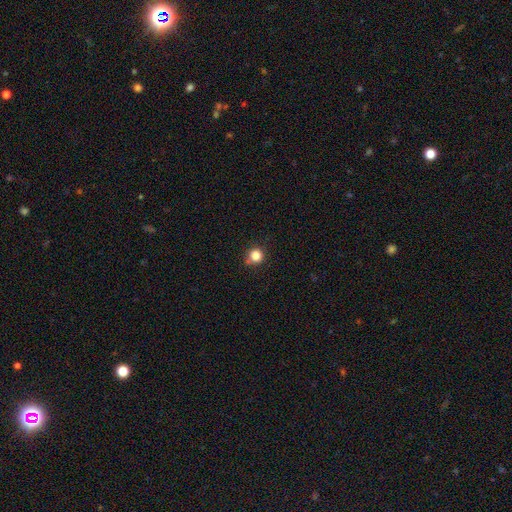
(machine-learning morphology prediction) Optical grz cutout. It shows a smooth galaxy with no disk features (83%) that is round (93%). Merging: none (75%).